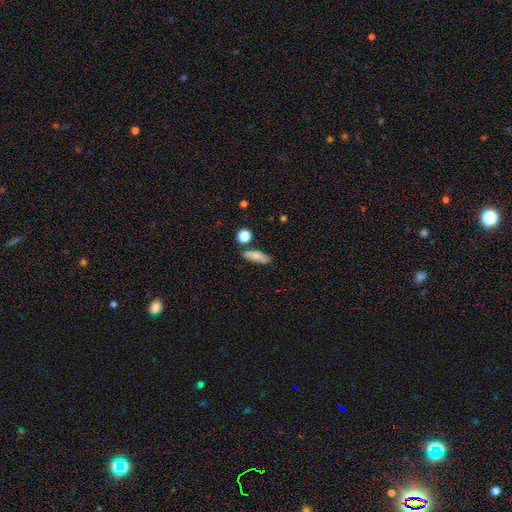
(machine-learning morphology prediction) Overall: smooth (80%). How rounded: in between (53%; cigar-shaped 41%). Merging: none (76%).